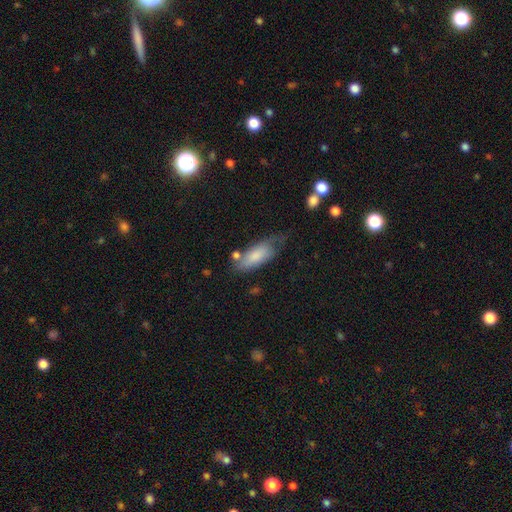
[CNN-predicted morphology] smooth 75%, featured or disk 19%, star or artifact 6%. Down the decision tree: how rounded — in between (78%); merging — none (44%).